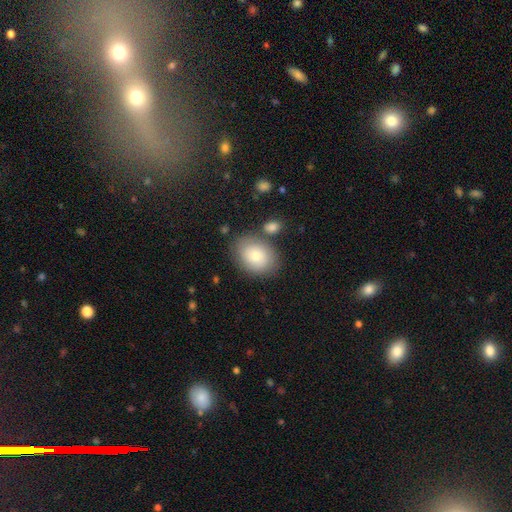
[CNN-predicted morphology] A smooth galaxy with no disk features (76%) that is in between round and cigar-shaped (61%). Merging: none (74%).